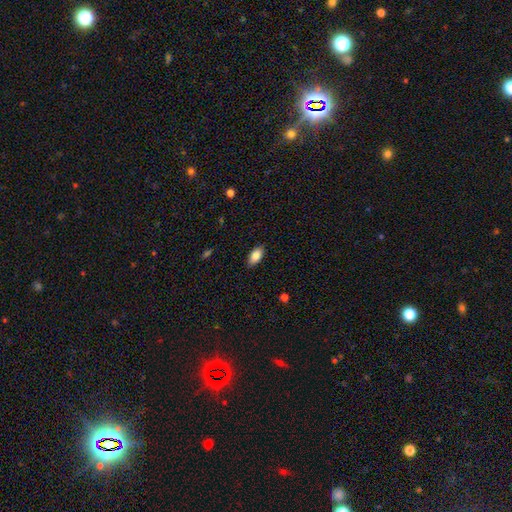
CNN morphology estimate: Smooth or featured?
  - smooth: 86% *
  - star or artifact: 7%
  - featured or disk: 7%
How rounded?
  - in between: 91% *
  - cigar-shaped: 5%
  - round: 3%
Merging?
  - none: 87% *
  - minor disturbance: 10%
  - major disturbance: 2%
  - merger: 1%